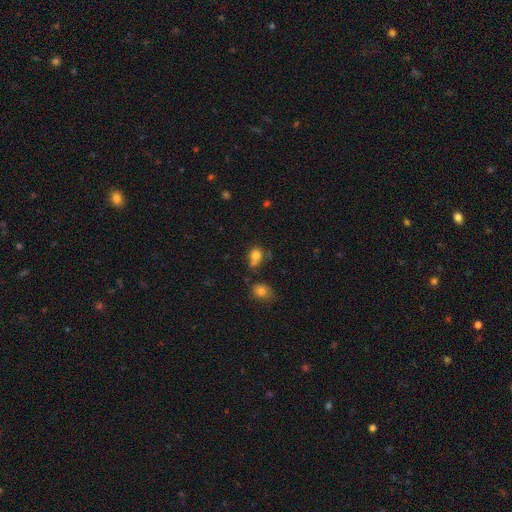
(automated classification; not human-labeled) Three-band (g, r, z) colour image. It shows a smooth galaxy with no disk features (78%) that is round (62%). Merging: none (47%).